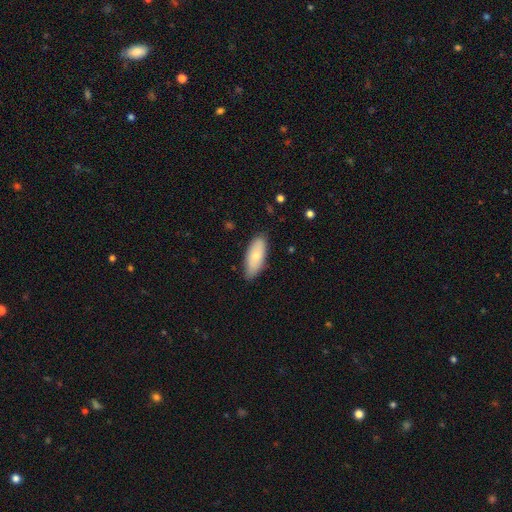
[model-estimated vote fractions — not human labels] Smooth or featured? Predicted: smooth (p=0.76). How rounded? Predicted: in between (p=0.81). Merging? Predicted: none (p=0.81).